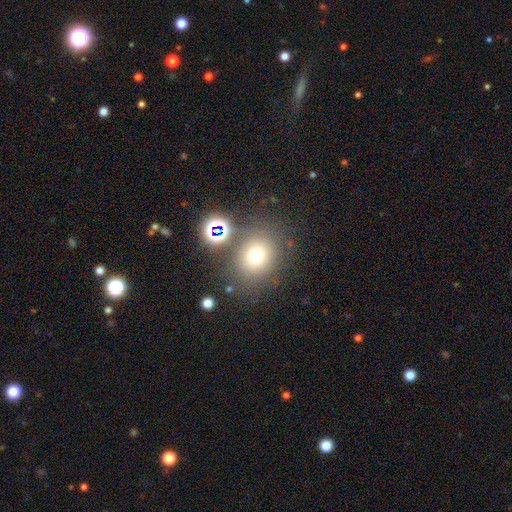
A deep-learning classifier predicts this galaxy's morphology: A smooth galaxy with no disk features (70%) that is round (78%).

Vote fractions:
- Smooth or featured? smooth: 70% / star or artifact: 19% / featured or disk: 11%
- How rounded? round: 78% / in between: 21% / cigar-shaped: 1%
- Merging? none: 75% / minor disturbance: 11% / merger: 8% / major disturbance: 6%